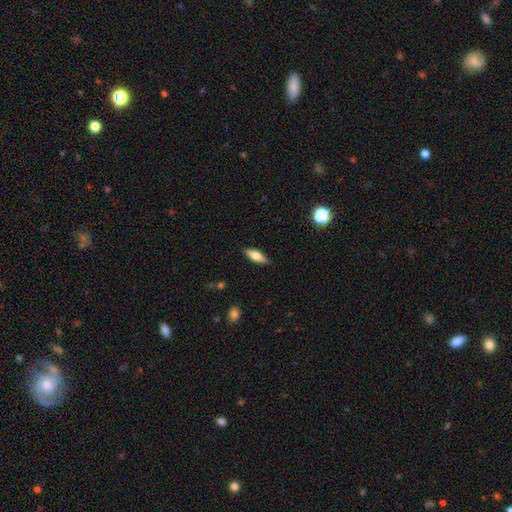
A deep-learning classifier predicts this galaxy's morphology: Smooth or featured?
  - smooth: 65% *
  - featured or disk: 28%
  - star or artifact: 7%
How rounded?
  - in between: 60% *
  - cigar-shaped: 38%
  - round: 2%
Merging?
  - none: 87% *
  - minor disturbance: 10%
  - major disturbance: 2%
  - merger: 1%